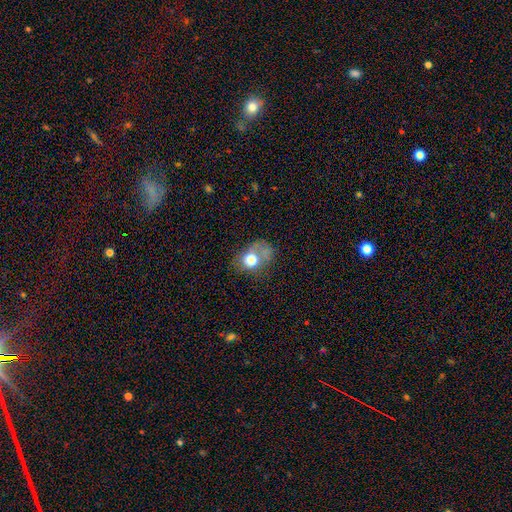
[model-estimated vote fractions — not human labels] This is likely a smooth galaxy (63%). How rounded: possibly round (50%). Merging: marginally none (34%).